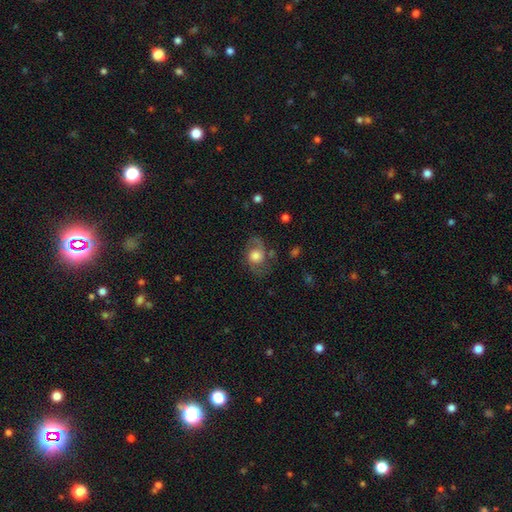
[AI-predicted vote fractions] Morphology: type=featured or disk (54%); edge-on=no (95%); bar=no (73%); spiral arms=yes (80%); bulge=large (46%); merging=none (63%).